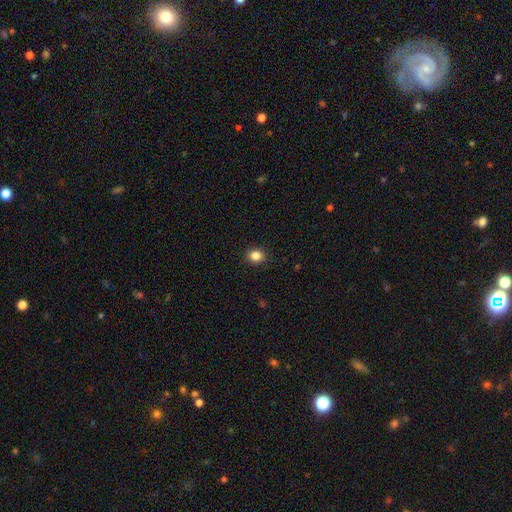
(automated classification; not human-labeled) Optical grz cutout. It shows a smooth galaxy with no disk features (86%) that is round (63%). Merging: none (91%).